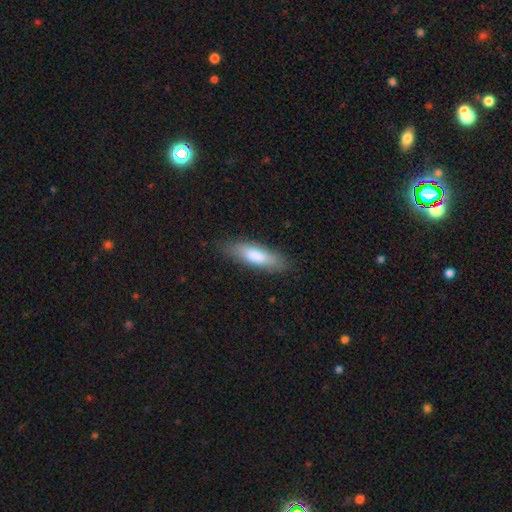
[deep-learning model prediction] smooth-or-featured: smooth: 80% | featured or disk: 14% | star or artifact: 6%
  how-rounded: in between: 55% | cigar-shaped: 43% | round: 2%
  merging: none: 81% | minor disturbance: 14% | major disturbance: 3% | merger: 1%